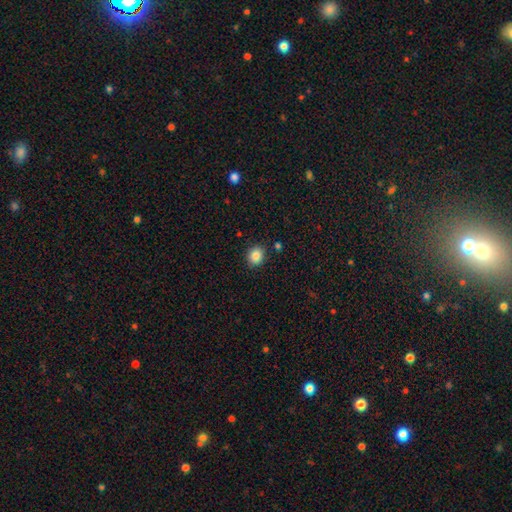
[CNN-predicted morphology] A smooth galaxy with no disk features (86%) that is round (70%).

Vote fractions:
- Smooth or featured? smooth: 86% / star or artifact: 10% / featured or disk: 4%
- How rounded? round: 70% / in between: 29% / cigar-shaped: 1%
- Merging? none: 87% / minor disturbance: 8% / merger: 2% / major disturbance: 2%